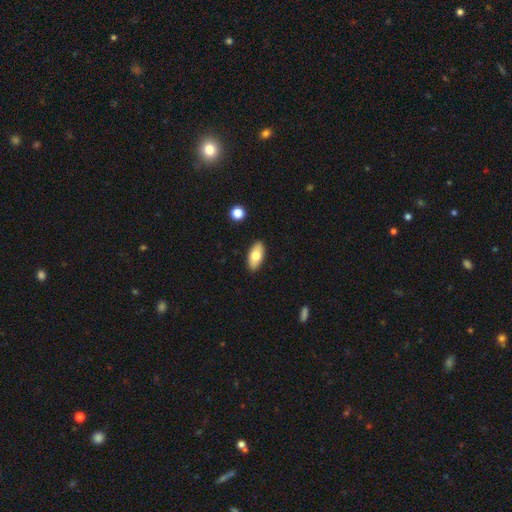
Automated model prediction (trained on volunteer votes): A smooth galaxy with no disk features (74%) that is in between round and cigar-shaped (90%).

Vote fractions:
- Smooth or featured? smooth: 74% / featured or disk: 20% / star or artifact: 6%
- How rounded? in between: 90% / cigar-shaped: 7% / round: 3%
- Merging? none: 89% / minor disturbance: 8% / major disturbance: 2% / merger: 1%